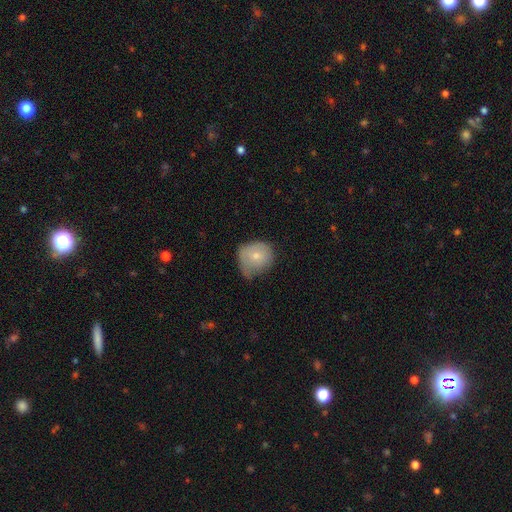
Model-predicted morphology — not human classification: The model was most divided on "merging": minor disturbance: 44%, none: 34%, major disturbance: 19%, merger: 3%. More confident: how rounded — round (74%); smooth or featured — smooth (71%).